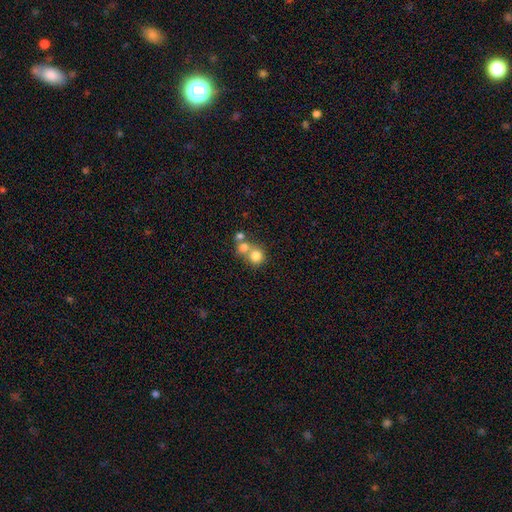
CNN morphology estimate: smooth-or-featured: smooth: 75% | featured or disk: 13% | star or artifact: 12%
  how-rounded: round: 86% | in between: 13% | cigar-shaped: 1%
  merging: merger: 49% | none: 42% | minor disturbance: 6% | major disturbance: 3%